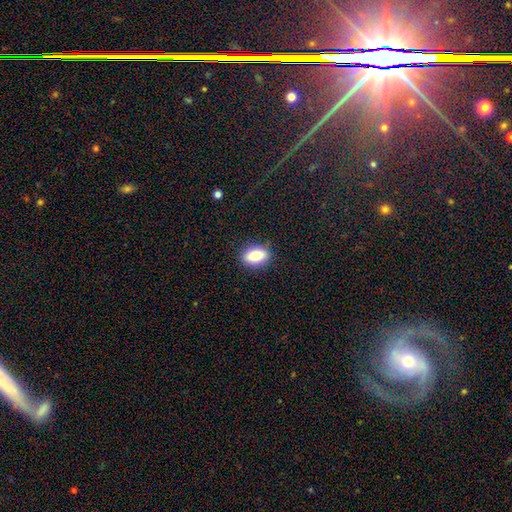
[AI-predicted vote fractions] Smooth or featured? smooth (77%)
How rounded? in between (82%)
Merging? none (87%)